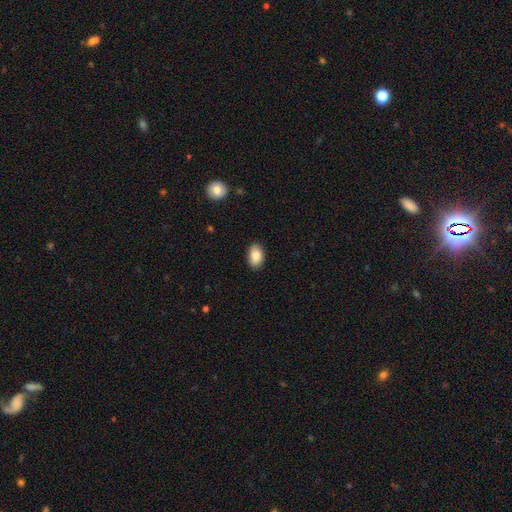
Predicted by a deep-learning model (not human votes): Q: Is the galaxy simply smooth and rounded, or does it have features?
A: smooth — 88%.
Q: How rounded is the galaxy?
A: in between — 90%.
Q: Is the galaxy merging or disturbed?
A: none — 88%.